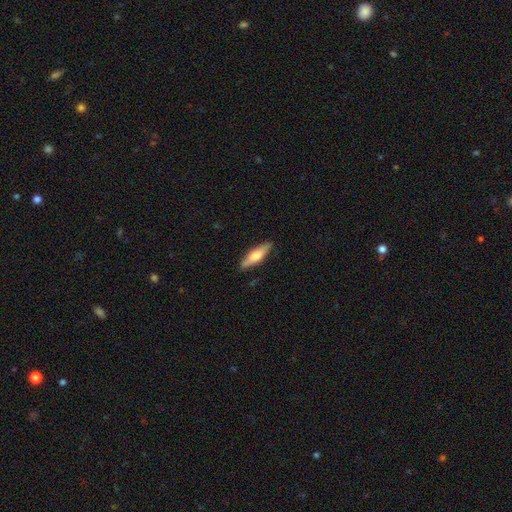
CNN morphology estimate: smooth_or_featured: smooth (p=0.53) [alt: featured or disk p=0.41]
how_rounded: cigar-shaped (p=0.63) [alt: in between p=0.35]
merging: none (p=0.86) [alt: minor disturbance p=0.11]